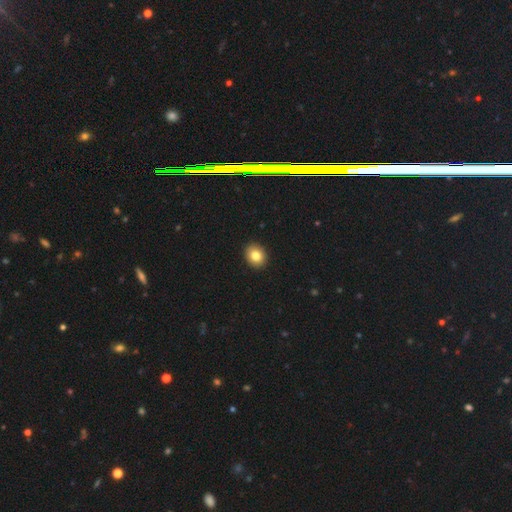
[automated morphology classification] Overall: smooth (83%). How rounded: round (61%; in between 38%). Merging: none (92%).